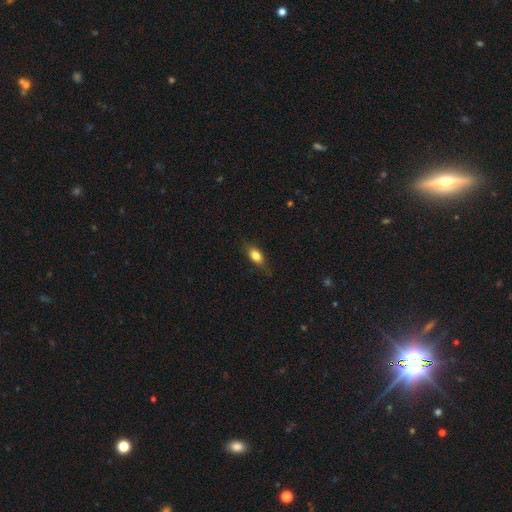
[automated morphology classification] type=smooth (79%); roundness=in between (80%); merging=none (78%).